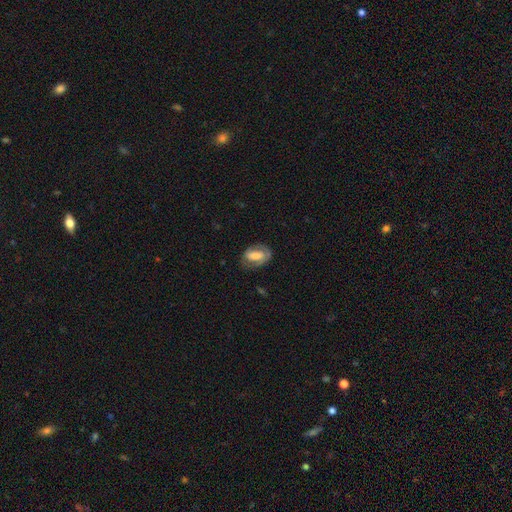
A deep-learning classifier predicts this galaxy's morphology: smooth_or_featured: featured or disk (p=0.49) [alt: smooth p=0.43]
merging: none (p=0.65) [alt: minor disturbance p=0.22]